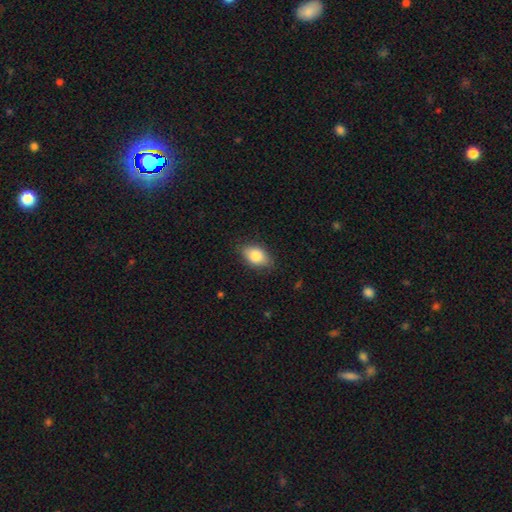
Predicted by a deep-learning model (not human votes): Morphology: type=smooth (83%); roundness=in between (85%); merging=none (81%).